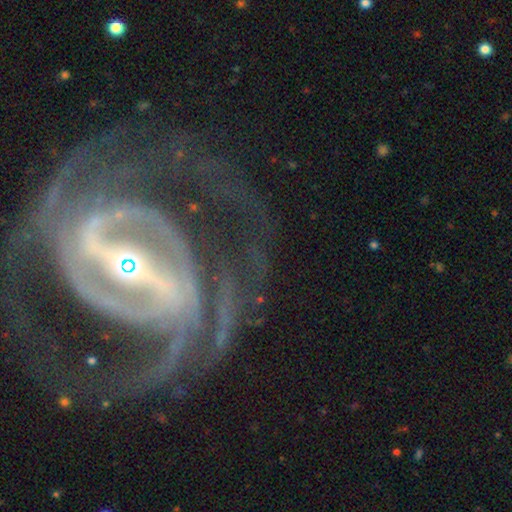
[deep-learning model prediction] Overall: featured or disk (91%). Edge-on disk: no (96%). Bar: strong (79%). Spiral arms: yes (97%). Spiral arm count: 2 (53%; 3 14%). Spiral winding: medium (48%; tight 38%). Bulge size: small (80%). Merging: none (60%; major disturbance 22%).